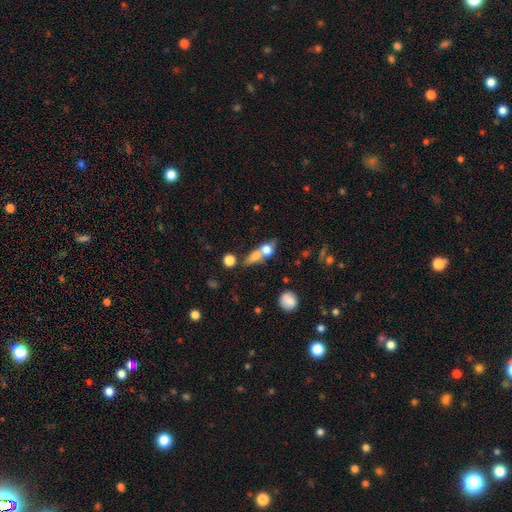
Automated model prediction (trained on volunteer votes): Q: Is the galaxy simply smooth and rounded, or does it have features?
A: smooth — 61%.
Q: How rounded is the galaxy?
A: in between — 38%.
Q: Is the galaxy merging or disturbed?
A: merger — 54%.